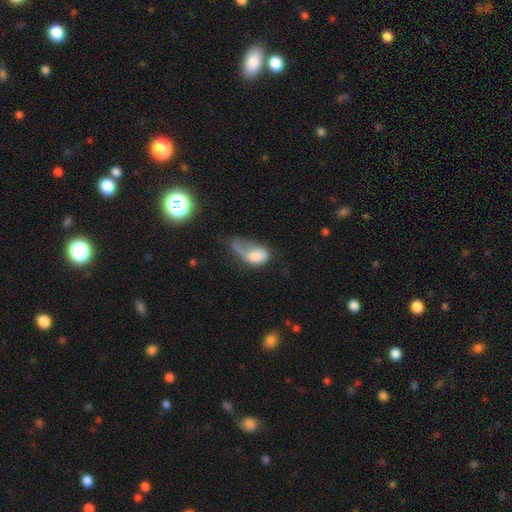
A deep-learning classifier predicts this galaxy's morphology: type=smooth (66%); roundness=in between (83%); merging=major disturbance (57%).